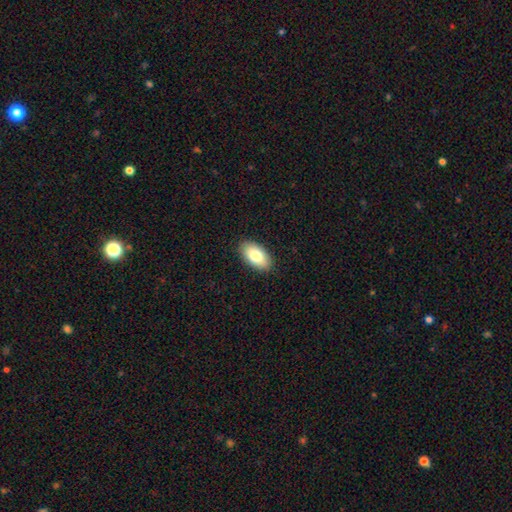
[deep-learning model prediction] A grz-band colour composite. It shows a smooth galaxy with no disk features (79%) that is in between round and cigar-shaped (94%). Merging: none (89%).